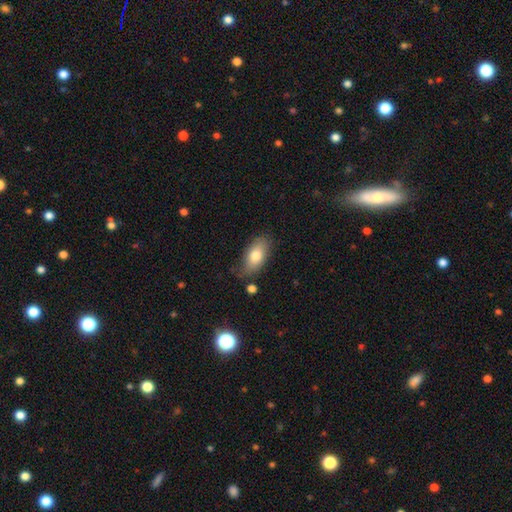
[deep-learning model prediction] smooth 76%, featured or disk 17%, star or artifact 7%. Down the decision tree: how rounded — in between (90%); merging — none (71%).